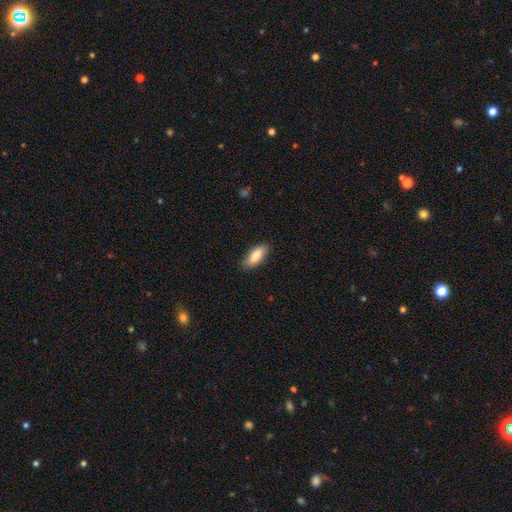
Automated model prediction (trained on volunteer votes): The model was most divided on "how rounded": in between: 80%, cigar-shaped: 18%, round: 2%. More confident: merging — none (86%); smooth or featured — smooth (83%).